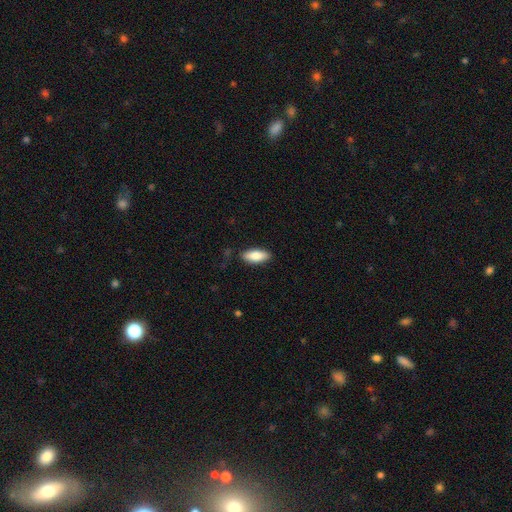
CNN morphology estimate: Smooth or featured? smooth (82%)
How rounded? in between (81%)
Merging? none (85%)